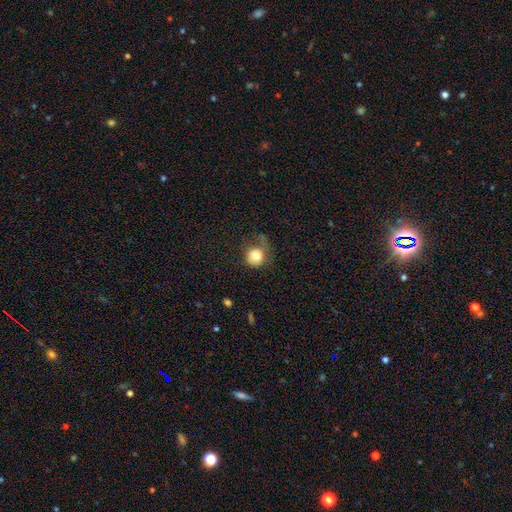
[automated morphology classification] The model was most divided on "merging": none: 44%, major disturbance: 28%, minor disturbance: 25%, merger: 4%. More confident: how rounded — round (85%); smooth or featured — smooth (80%).